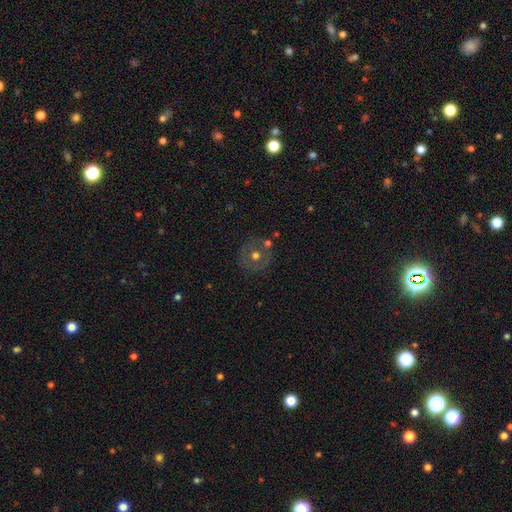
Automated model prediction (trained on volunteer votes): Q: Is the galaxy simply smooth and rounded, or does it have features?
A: smooth — 49%.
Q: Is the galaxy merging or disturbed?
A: none — 73%.